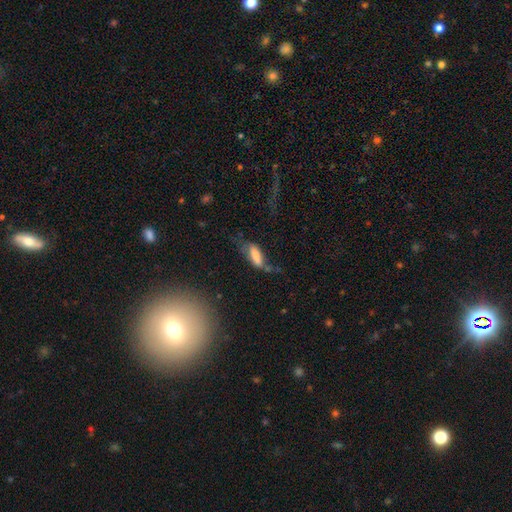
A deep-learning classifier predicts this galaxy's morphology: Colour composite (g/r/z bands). It shows a smooth galaxy with no disk features (61%) that is in between round and cigar-shaped (65%). Merging: major disturbance (36%).